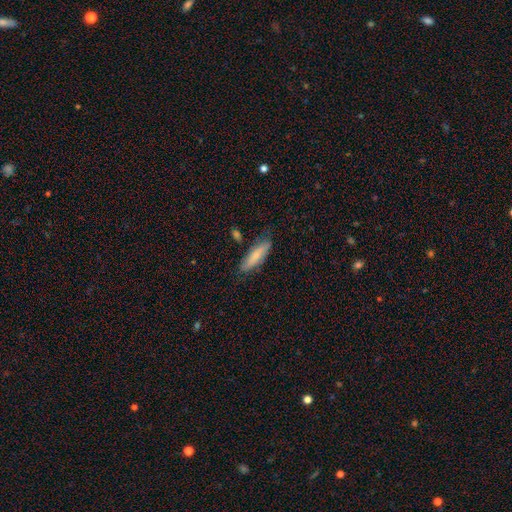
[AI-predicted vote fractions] Smooth or featured? smooth (75%)
How rounded? cigar-shaped (59%)
Merging? none (76%)